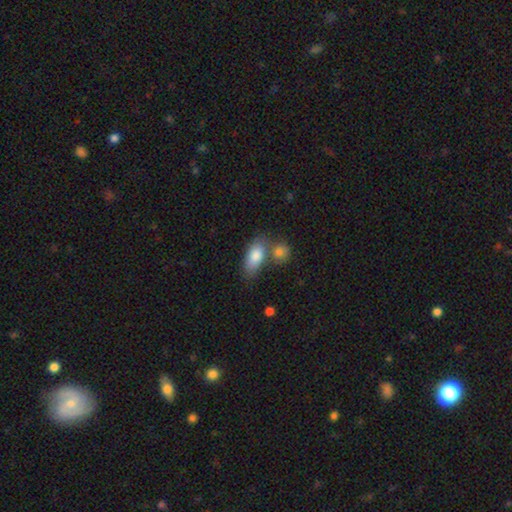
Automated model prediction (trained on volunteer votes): Smooth or featured? smooth (83%)
How rounded? in between (87%)
Merging? none (49%)